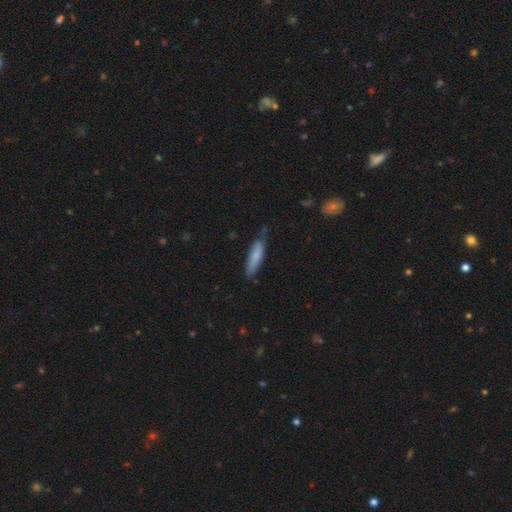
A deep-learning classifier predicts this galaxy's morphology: Smooth or featured: smooth — 77% (featured or disk — 17%)
How rounded: cigar-shaped — 76% (in between — 23%)
Merging: none — 66% (minor disturbance — 27%)